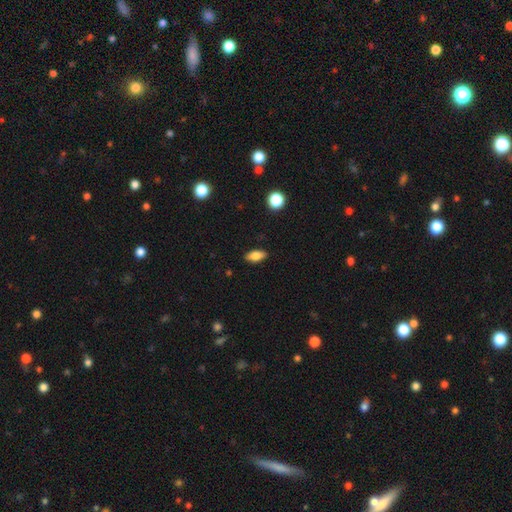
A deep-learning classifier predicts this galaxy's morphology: smooth_or_featured: smooth (p=0.80) [alt: featured or disk p=0.12]
how_rounded: in between (p=0.86) [alt: cigar-shaped p=0.10]
merging: none (p=0.88) [alt: minor disturbance p=0.09]